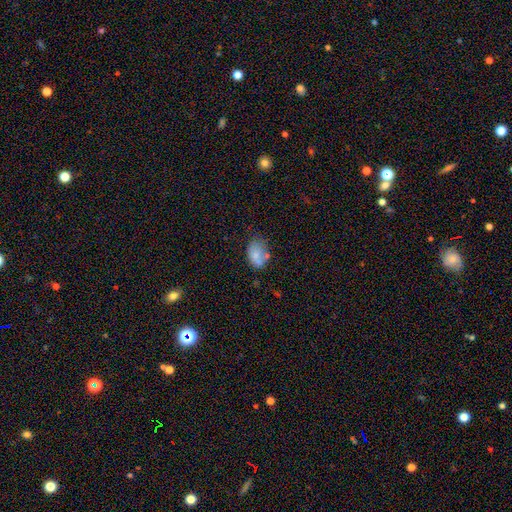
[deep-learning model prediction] smooth 73%, featured or disk 17%, star or artifact 9%. Down the decision tree: how rounded — in between (80%); merging — none (47%).